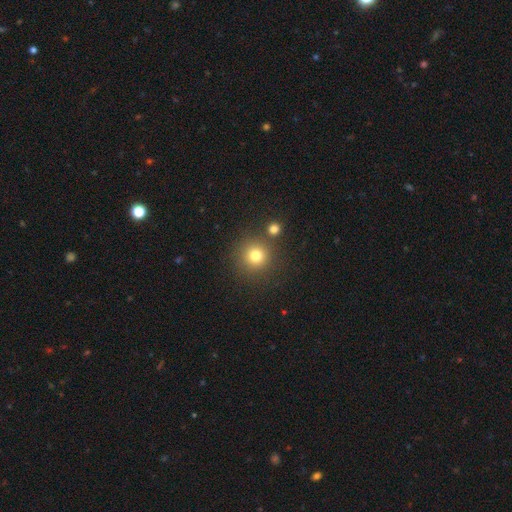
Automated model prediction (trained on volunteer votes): smooth-or-featured: smooth: 78% | star or artifact: 15% | featured or disk: 7%
  how-rounded: round: 94% | in between: 5% | cigar-shaped: 1%
  merging: none: 83% | merger: 7% | minor disturbance: 7% | major disturbance: 3%